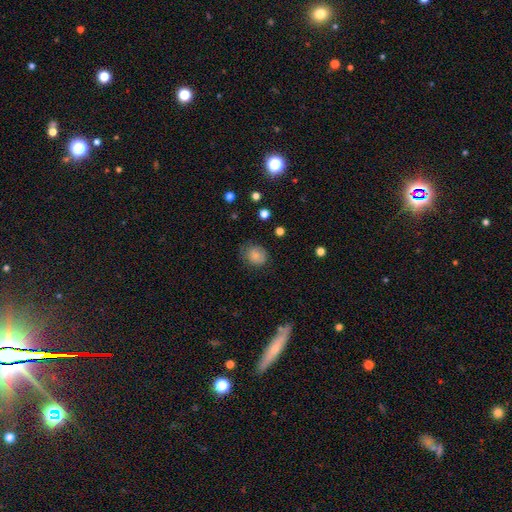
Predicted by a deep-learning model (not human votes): Smooth or featured? smooth (80%)
How rounded? round (65%)
Merging? none (65%)